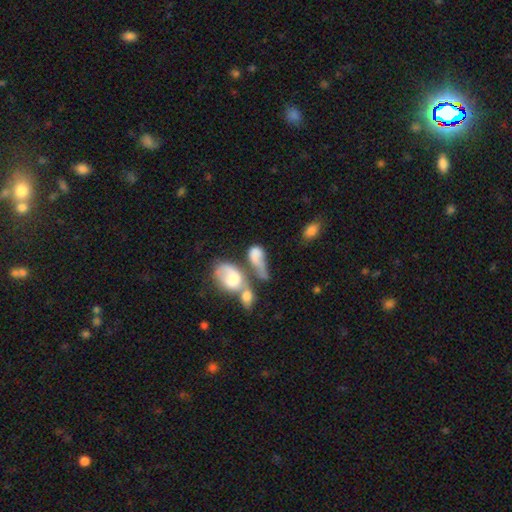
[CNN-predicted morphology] Q: Smooth or featured?
A: smooth (60%); runner-up: featured or disk (31%)
Q: How rounded?
A: in between (79%); runner-up: round (15%)
Q: Merging?
A: merger (56%); runner-up: major disturbance (23%)